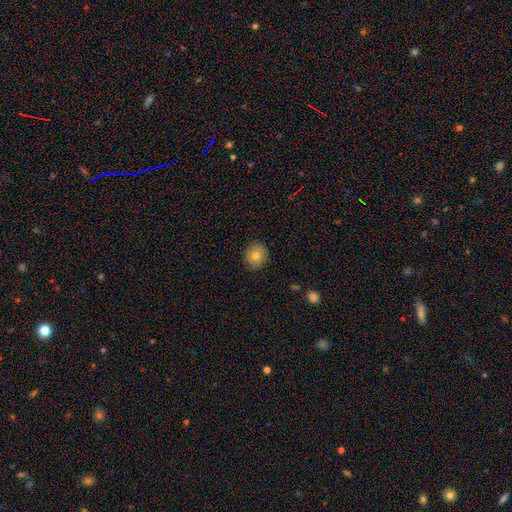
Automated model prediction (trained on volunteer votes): Morphology: type=smooth (78%); roundness=round (87%); merging=none (90%).